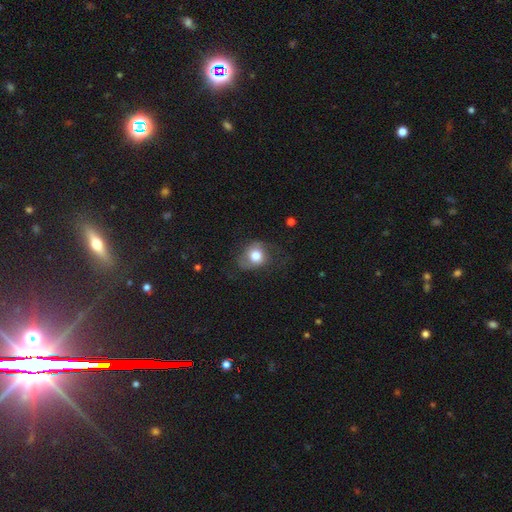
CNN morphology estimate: Smooth or featured? smooth (66%)
How rounded? round (59%)
Merging? none (53%)